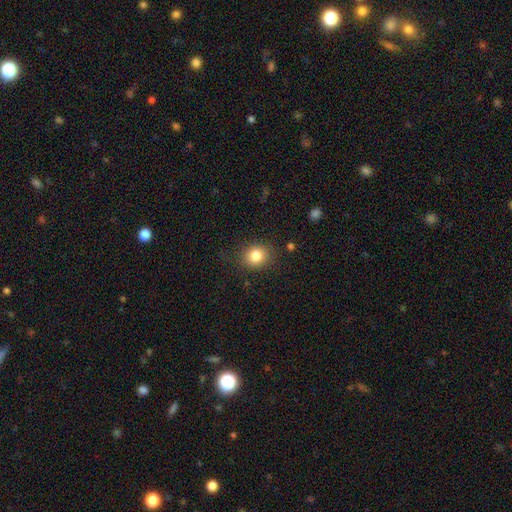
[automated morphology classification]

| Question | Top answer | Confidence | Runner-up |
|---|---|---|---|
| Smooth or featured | smooth | 83% | star or artifact (11%) |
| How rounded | round | 73% | in between (26%) |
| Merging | none | 85% | minor disturbance (10%) |